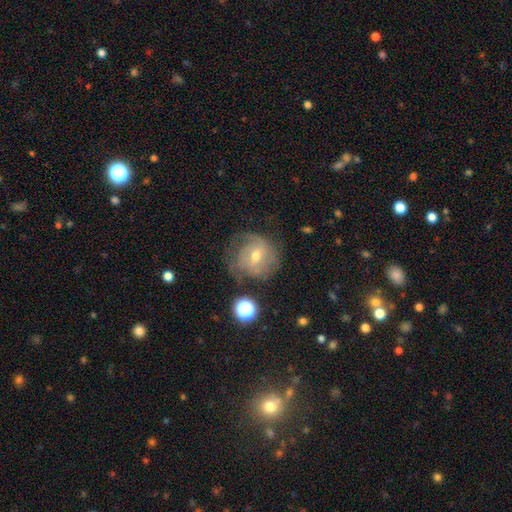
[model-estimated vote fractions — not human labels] A featured or disk galaxy (64%) with a weak bar (47%), tight (48%) spiral arms (82%) and a moderate central bulge (55%). Merging: none (57%).